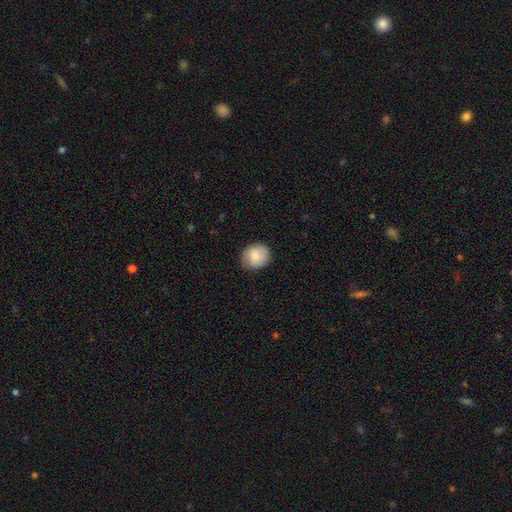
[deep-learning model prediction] Smooth or featured? Predicted: smooth (p=0.82). How rounded? Predicted: round (p=0.77). Merging? Predicted: none (p=0.84).